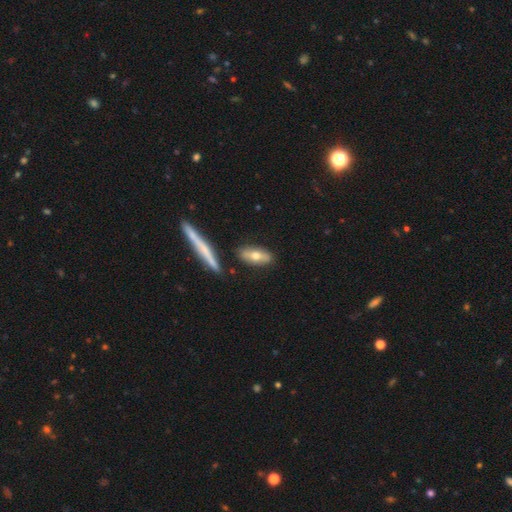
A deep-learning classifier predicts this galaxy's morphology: Smooth or featured? smooth (57%)
How rounded? in between (64%)
Merging? none (81%)